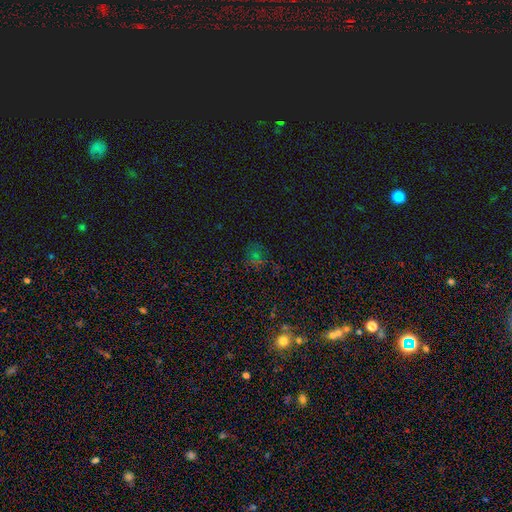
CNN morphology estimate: Smooth or featured?
  - star or artifact: 46% *
  - smooth: 41%
  - featured or disk: 13%